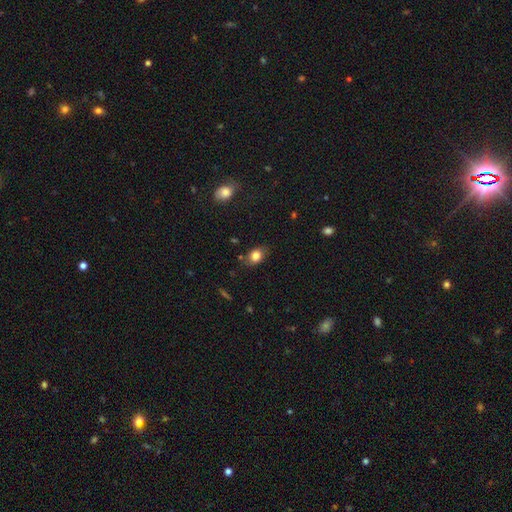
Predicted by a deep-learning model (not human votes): Smooth or featured? smooth (81%)
How rounded? in between (71%)
Merging? none (77%)